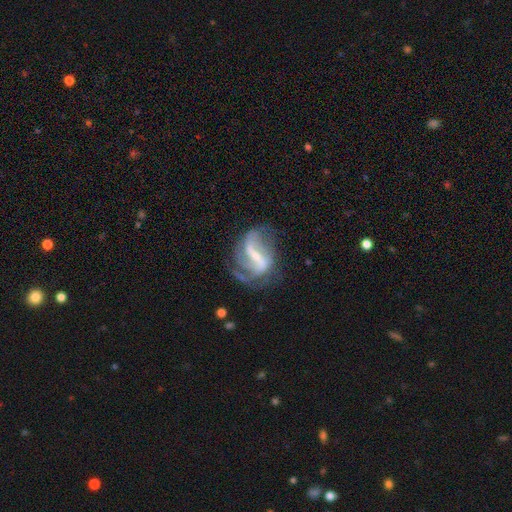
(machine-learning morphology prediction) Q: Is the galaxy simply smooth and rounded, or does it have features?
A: featured or disk — 85%.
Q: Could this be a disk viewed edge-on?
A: no — 96%.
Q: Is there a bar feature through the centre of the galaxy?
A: strong — 58%.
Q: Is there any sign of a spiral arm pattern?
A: yes — 91%.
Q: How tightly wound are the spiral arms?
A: loose — 48%.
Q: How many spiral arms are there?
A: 2 — 65%.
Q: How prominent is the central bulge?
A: small — 67%.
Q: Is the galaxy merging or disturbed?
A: none — 53%.